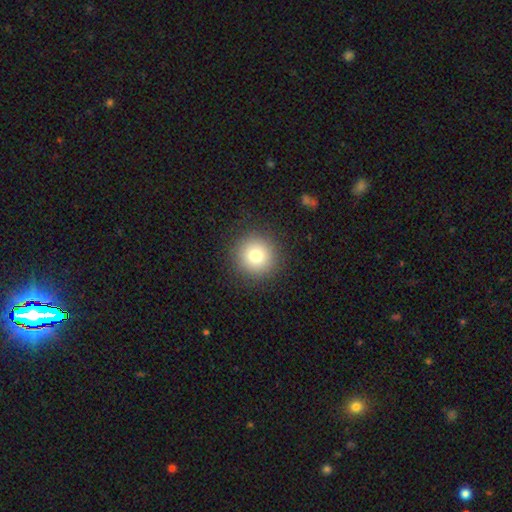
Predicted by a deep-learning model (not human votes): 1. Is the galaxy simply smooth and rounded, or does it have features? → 77% smooth, 12% star or artifact, 10% featured or disk.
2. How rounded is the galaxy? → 95% round, 4% in between, 1% cigar-shaped.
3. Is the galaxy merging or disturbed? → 91% none, 6% minor disturbance, 3% major disturbance, 1% merger.